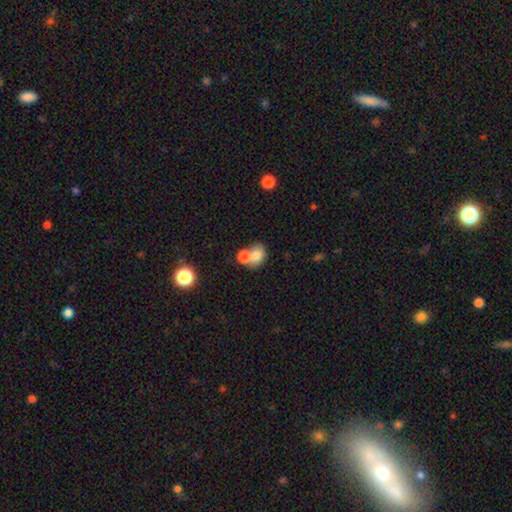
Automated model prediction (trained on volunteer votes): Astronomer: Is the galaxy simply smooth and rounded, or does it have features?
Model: smooth — 77%.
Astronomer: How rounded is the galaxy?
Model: in between — 52% (runner-up: round, 47%).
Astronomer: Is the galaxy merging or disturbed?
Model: merger — 50% (runner-up: none, 36%).